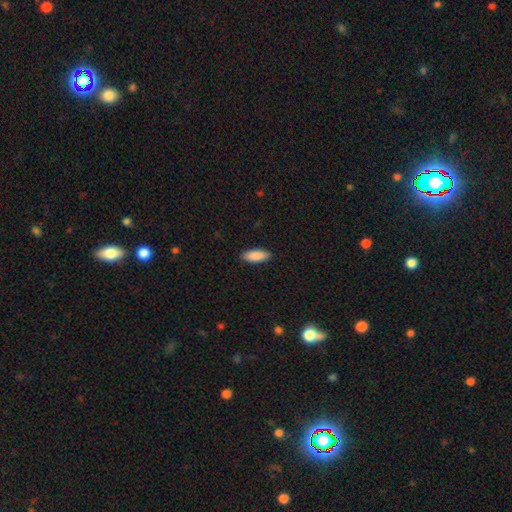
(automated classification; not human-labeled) Smooth or featured?
  - smooth: 89% *
  - star or artifact: 6%
  - featured or disk: 5%
How rounded?
  - in between: 72% *
  - cigar-shaped: 26%
  - round: 2%
Merging?
  - none: 89% *
  - minor disturbance: 8%
  - major disturbance: 2%
  - merger: 1%